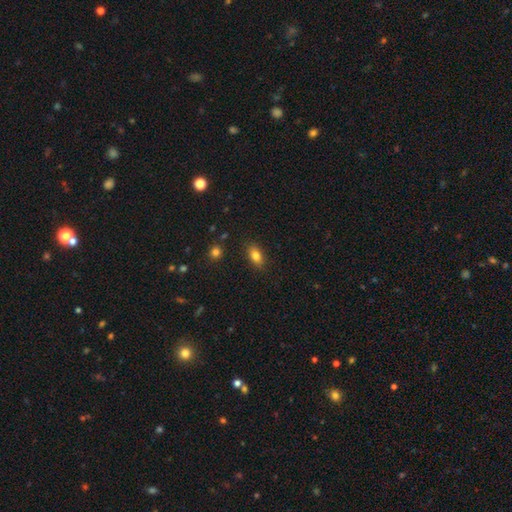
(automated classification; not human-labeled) Q: Smooth or featured?
A: smooth (83%); runner-up: star or artifact (9%)
Q: How rounded?
A: in between (86%); runner-up: round (9%)
Q: Merging?
A: none (85%); runner-up: minor disturbance (10%)